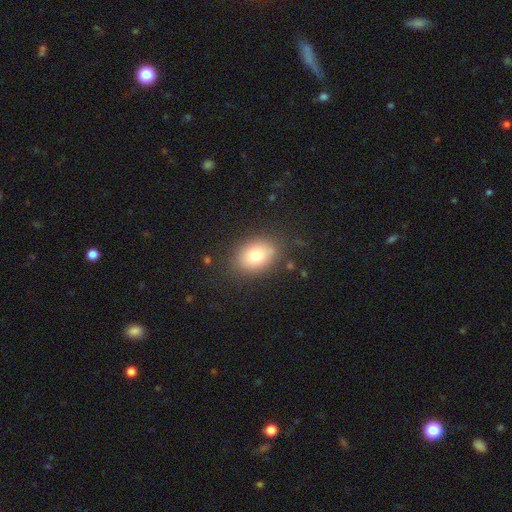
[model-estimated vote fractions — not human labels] Smooth or featured? smooth (77%)
How rounded? in between (66%)
Merging? none (82%)